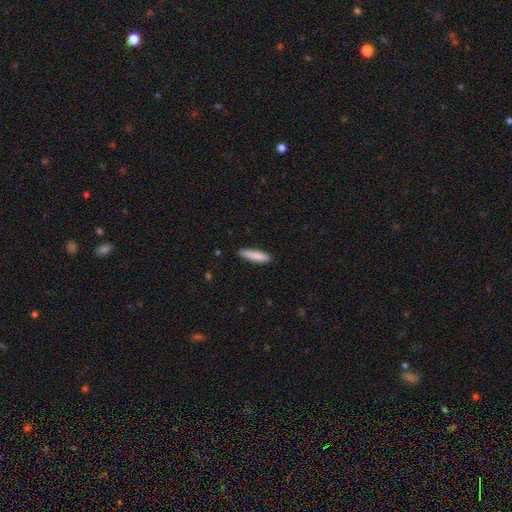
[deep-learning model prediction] smooth 85%, featured or disk 9%, star or artifact 6%. Down the decision tree: how rounded — cigar-shaped (81%); merging — none (87%).